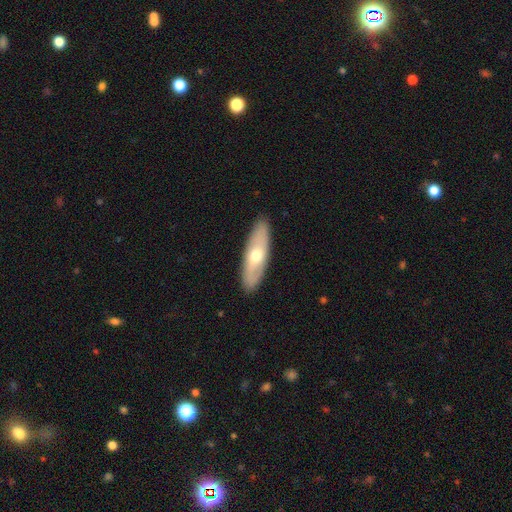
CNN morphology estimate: This appears to be a featured or disk galaxy (48%). Merging: none (89%).